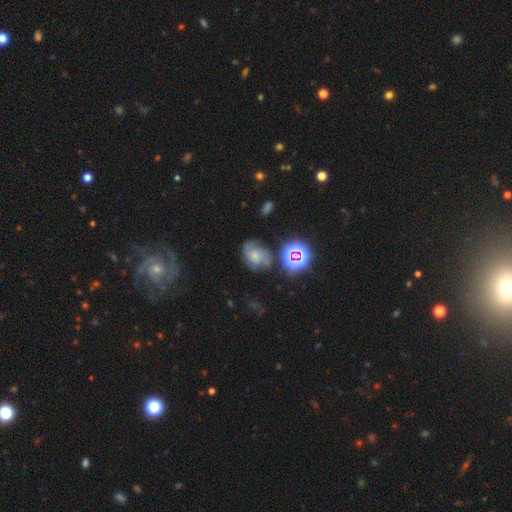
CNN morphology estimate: smooth_or_featured: featured or disk (p=0.50) [alt: smooth p=0.31]
merging: none (p=0.51) [alt: minor disturbance p=0.26]